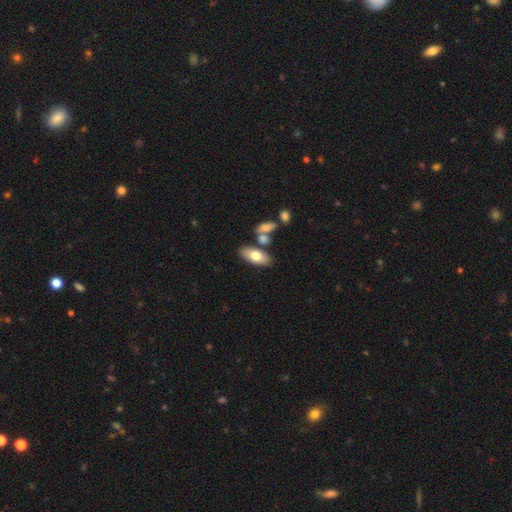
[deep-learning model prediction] Q: Smooth or featured?
A: smooth (70%); runner-up: featured or disk (23%)
Q: How rounded?
A: in between (89%); runner-up: cigar-shaped (8%)
Q: Merging?
A: none (71%); runner-up: merger (15%)